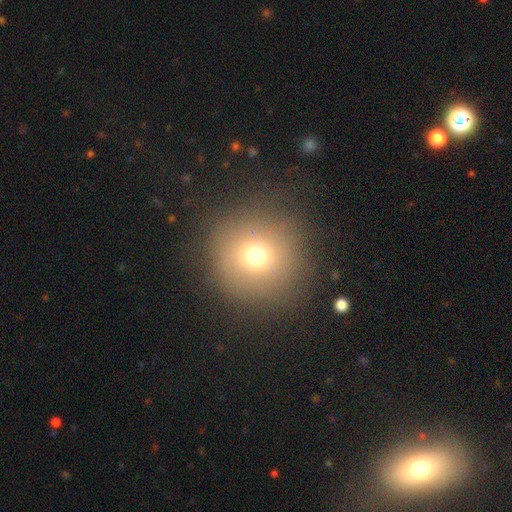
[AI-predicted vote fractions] smooth-or-featured: smooth: 71% | star or artifact: 17% | featured or disk: 12%
  how-rounded: round: 95% | in between: 4% | cigar-shaped: 1%
  merging: none: 85% | minor disturbance: 9% | major disturbance: 5% | merger: 1%